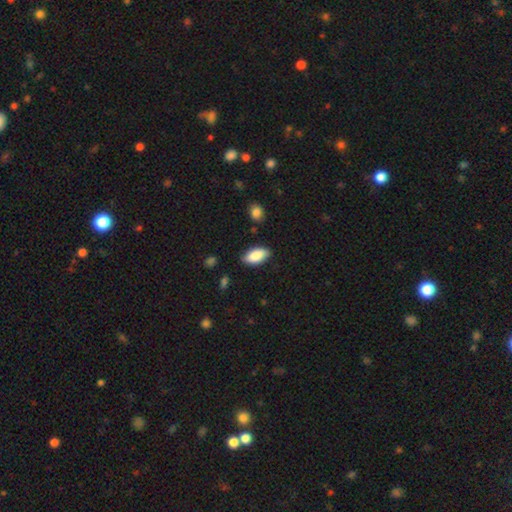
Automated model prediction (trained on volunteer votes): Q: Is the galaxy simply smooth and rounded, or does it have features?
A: smooth — 87%.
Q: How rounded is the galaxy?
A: in between — 92%.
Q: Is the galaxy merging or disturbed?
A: none — 85%.